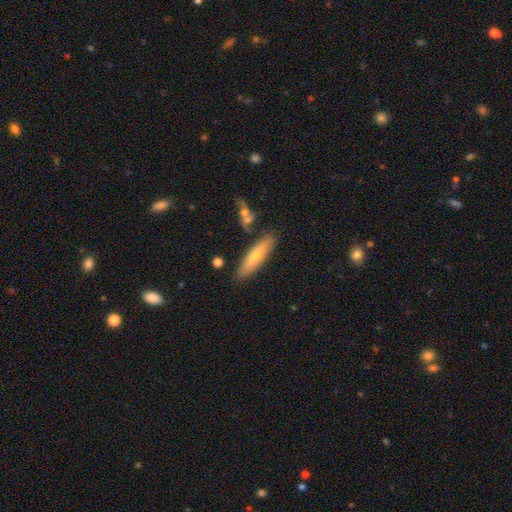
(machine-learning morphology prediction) Q: Smooth or featured?
A: smooth (63%); runner-up: featured or disk (30%)
Q: How rounded?
A: cigar-shaped (74%); runner-up: in between (24%)
Q: Merging?
A: none (82%); runner-up: minor disturbance (11%)